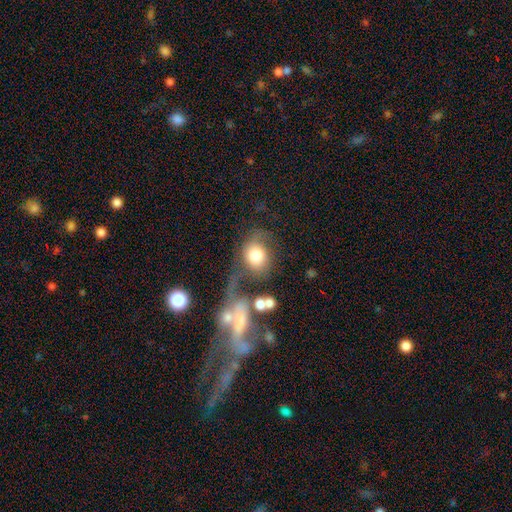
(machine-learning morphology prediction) Q: Smooth or featured?
A: smooth (66%); runner-up: featured or disk (25%)
Q: How rounded?
A: round (58%); runner-up: in between (40%)
Q: Merging?
A: none (32%); runner-up: major disturbance (28%)